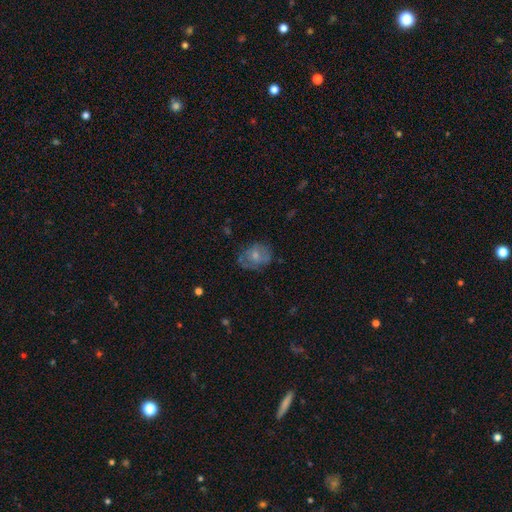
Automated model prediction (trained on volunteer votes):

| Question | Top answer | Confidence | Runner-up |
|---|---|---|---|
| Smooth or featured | smooth | 57% | featured or disk (34%) |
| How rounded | round | 52% | in between (47%) |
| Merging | none | 56% | minor disturbance (28%) |